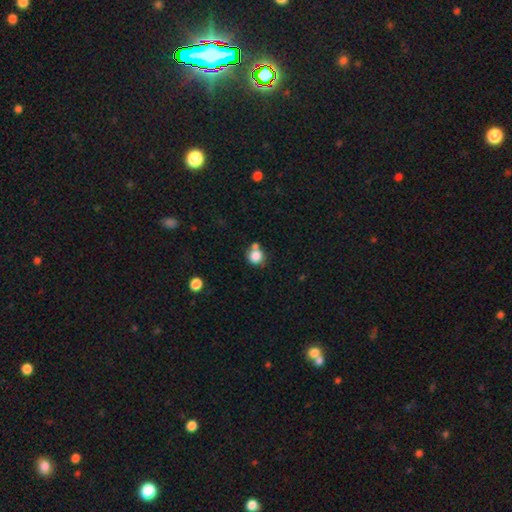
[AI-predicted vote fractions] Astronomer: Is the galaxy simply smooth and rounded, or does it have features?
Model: smooth — 83%.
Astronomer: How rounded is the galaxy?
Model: round — 87%.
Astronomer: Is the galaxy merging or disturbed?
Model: none — 56%.